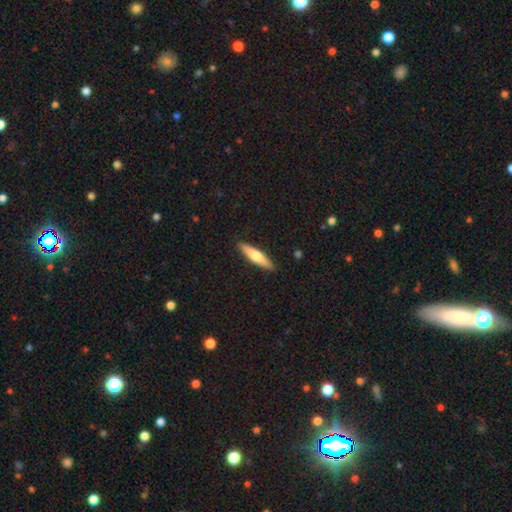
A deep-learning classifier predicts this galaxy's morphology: smooth-or-featured: smooth: 62% | featured or disk: 33% | star or artifact: 5%
  how-rounded: cigar-shaped: 77% | in between: 21% | round: 2%
  merging: none: 90% | minor disturbance: 7% | major disturbance: 1% | merger: 1%